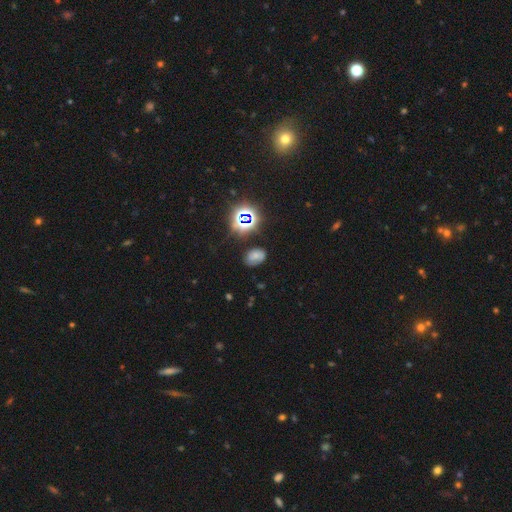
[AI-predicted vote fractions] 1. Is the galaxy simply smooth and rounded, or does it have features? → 55% smooth, 27% star or artifact, 18% featured or disk.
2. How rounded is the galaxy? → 81% in between, 18% round, 1% cigar-shaped.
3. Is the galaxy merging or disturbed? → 70% none, 21% minor disturbance, 7% major disturbance, 3% merger.